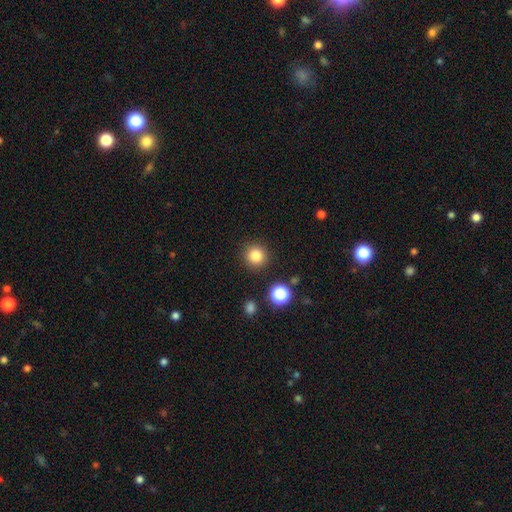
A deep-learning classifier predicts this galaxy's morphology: This is clearly a smooth galaxy (83%). How rounded: clearly round (94%). Merging: clearly none (89%).